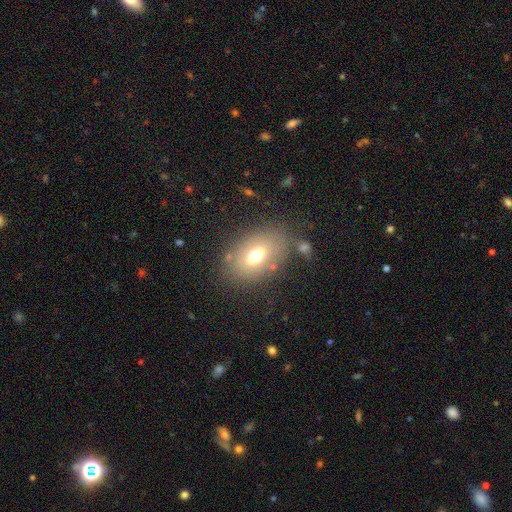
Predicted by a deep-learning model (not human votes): Q: Smooth or featured?
A: smooth (66%); runner-up: featured or disk (22%)
Q: How rounded?
A: in between (79%); runner-up: round (20%)
Q: Merging?
A: none (70%); runner-up: minor disturbance (15%)